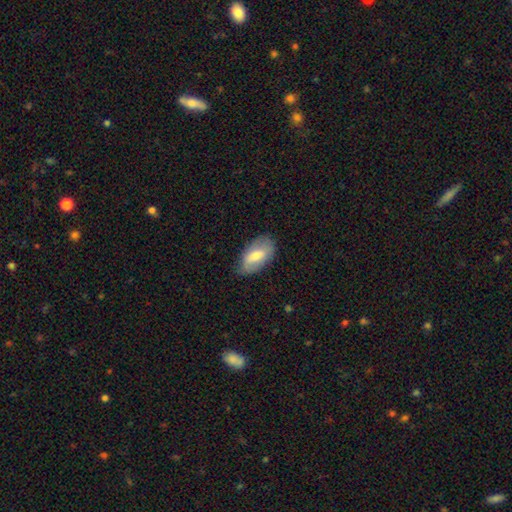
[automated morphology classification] smooth 66%, featured or disk 28%, star or artifact 6%. Down the decision tree: how rounded — in between (93%); merging — none (72%).